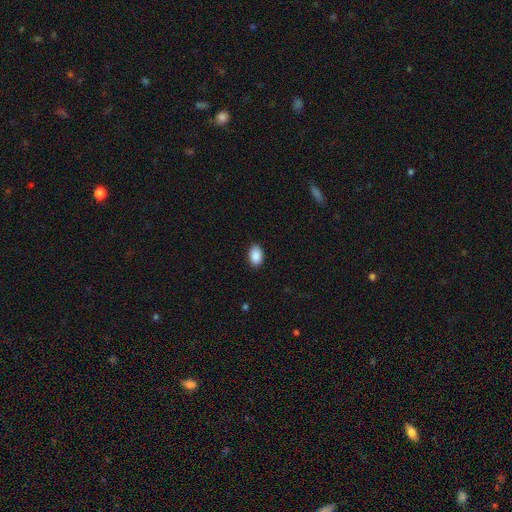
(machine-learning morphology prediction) type=smooth (90%); roundness=in between (87%); merging=none (88%).